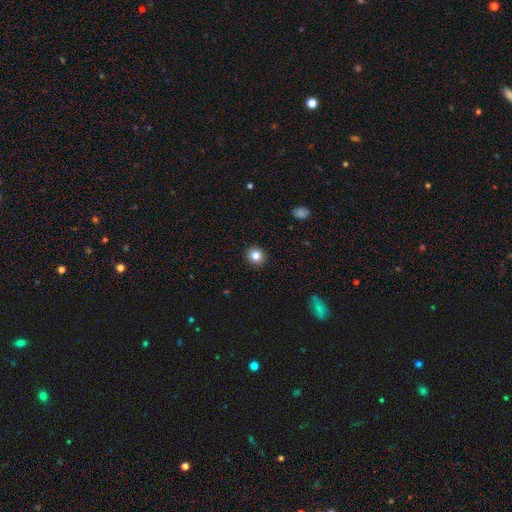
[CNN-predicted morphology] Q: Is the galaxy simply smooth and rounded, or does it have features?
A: smooth — 83%.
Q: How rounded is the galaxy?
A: round — 87%.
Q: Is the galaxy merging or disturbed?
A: none — 92%.